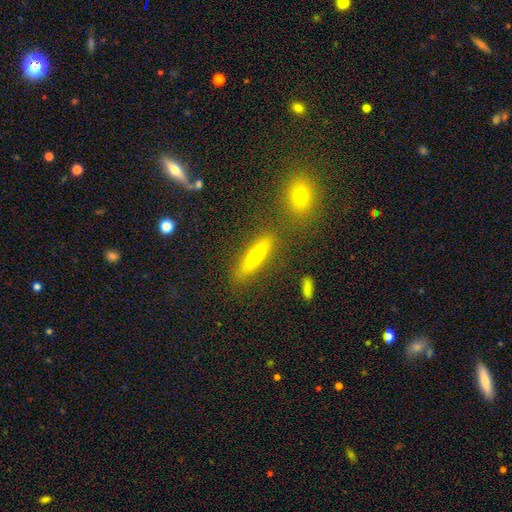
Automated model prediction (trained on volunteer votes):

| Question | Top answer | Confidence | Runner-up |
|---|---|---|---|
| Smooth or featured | smooth | 47% | featured or disk (43%) |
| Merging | none | 82% | minor disturbance (10%) |